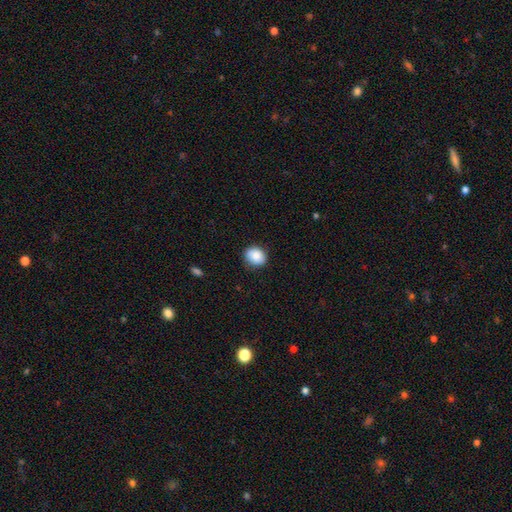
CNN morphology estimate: This is clearly a smooth galaxy (87%). How rounded: likely round (65%). Merging: clearly none (84%).